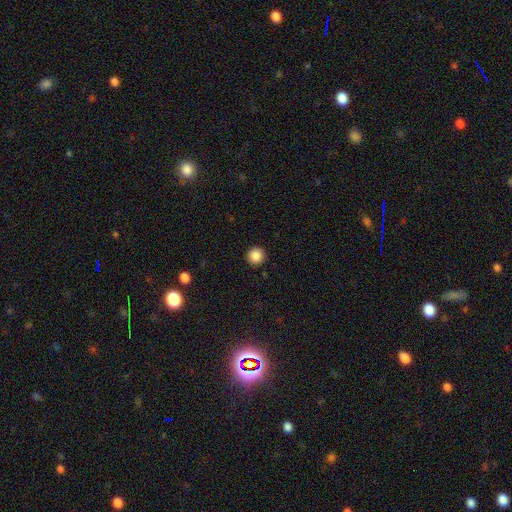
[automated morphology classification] This appears to be a smooth galaxy with no disk features (87%) that is round (96%). Merging: none (93%).